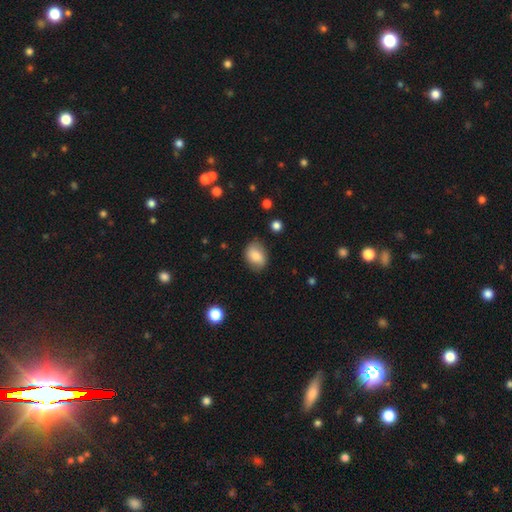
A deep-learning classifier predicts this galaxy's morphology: A smooth galaxy with no disk features (80%) that is in between round and cigar-shaped (69%).

Vote fractions:
- Smooth or featured? smooth: 80% / featured or disk: 12% / star or artifact: 8%
- How rounded? in between: 69% / round: 30% / cigar-shaped: 1%
- Merging? none: 76% / minor disturbance: 18% / major disturbance: 4% / merger: 2%